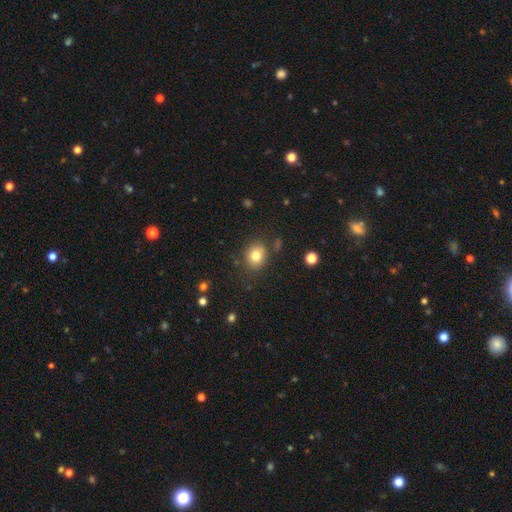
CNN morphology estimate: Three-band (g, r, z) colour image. It shows a smooth galaxy with no disk features (80%) that is round (68%). Merging: none (78%).